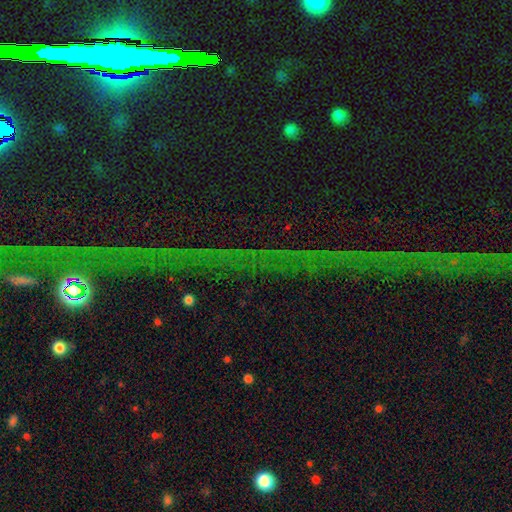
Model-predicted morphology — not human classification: This appears to be a star or artifact, not a galaxy (77%).